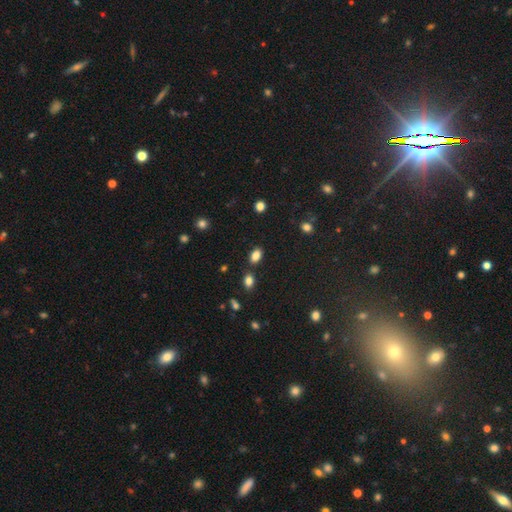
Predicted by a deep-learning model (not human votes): The model was most divided on "merging": none: 78%, minor disturbance: 10%, merger: 8%, major disturbance: 3%. More confident: how rounded — in between (88%); smooth or featured — smooth (84%).